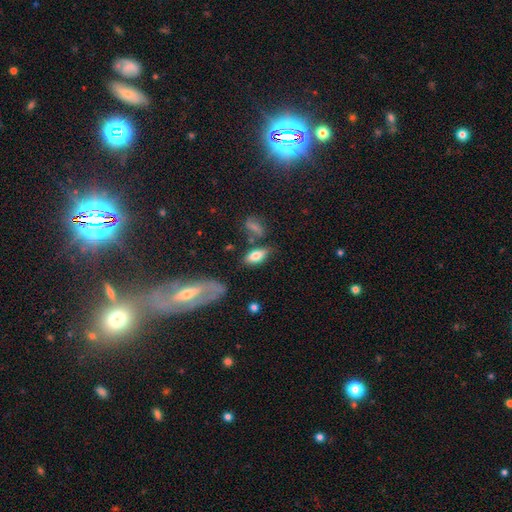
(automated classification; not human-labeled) A smooth galaxy with no disk features (72%) that is in between round and cigar-shaped (82%). Merging: none (66%).